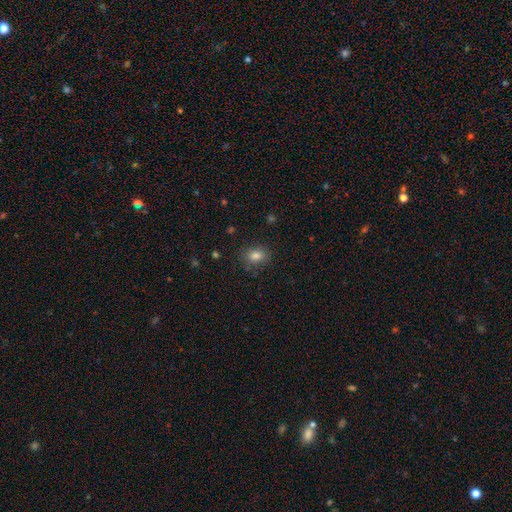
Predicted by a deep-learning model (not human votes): Smooth or featured? smooth (82%)
How rounded? in between (64%)
Merging? none (83%)